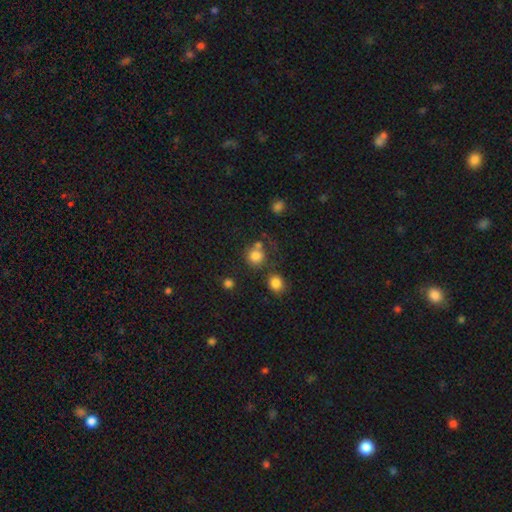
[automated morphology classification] This is likely a smooth galaxy (79%). How rounded: clearly round (88%). Merging: possibly none (59%).